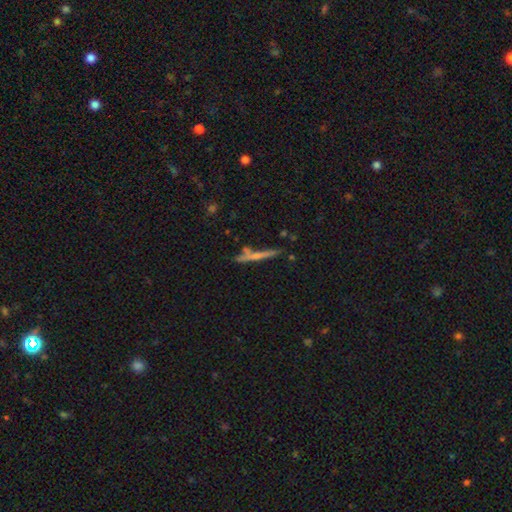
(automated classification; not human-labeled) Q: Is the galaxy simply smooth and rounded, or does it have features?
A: featured or disk — 49%.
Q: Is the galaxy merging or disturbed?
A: none — 71%.